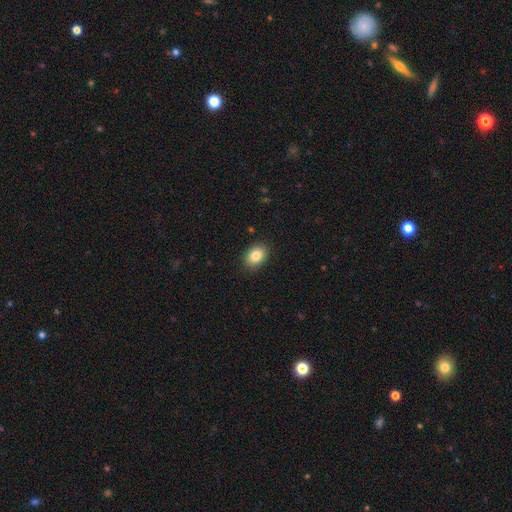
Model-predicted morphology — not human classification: A smooth galaxy with no disk features (84%) that is in between round and cigar-shaped (76%). Merging: none (89%).